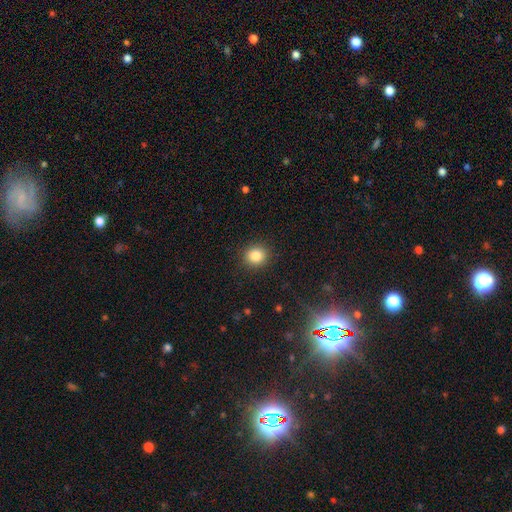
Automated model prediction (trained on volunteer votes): A smooth galaxy with no disk features (84%) that is round (85%). Merging: none (90%).